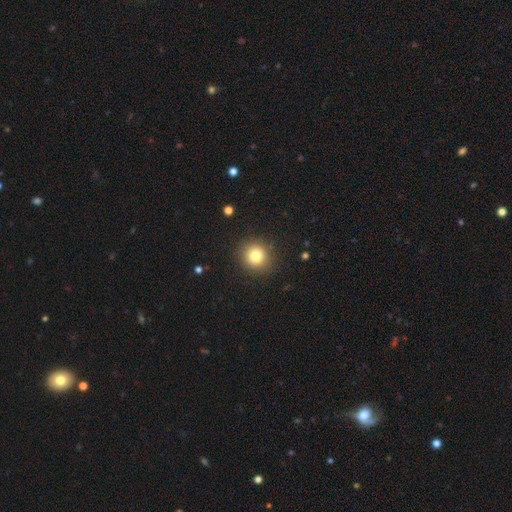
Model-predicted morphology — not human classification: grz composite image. It shows a smooth galaxy with no disk features (79%) that is round (89%). Merging: none (90%).